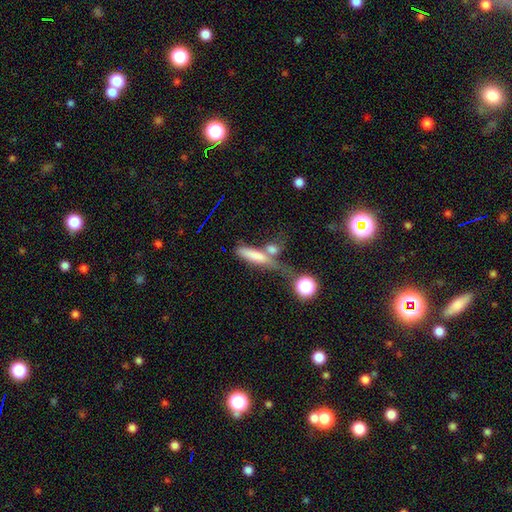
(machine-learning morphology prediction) smooth 69%, featured or disk 20%, star or artifact 11%. Down the decision tree: how rounded — cigar-shaped (65%); merging — merger (41%).